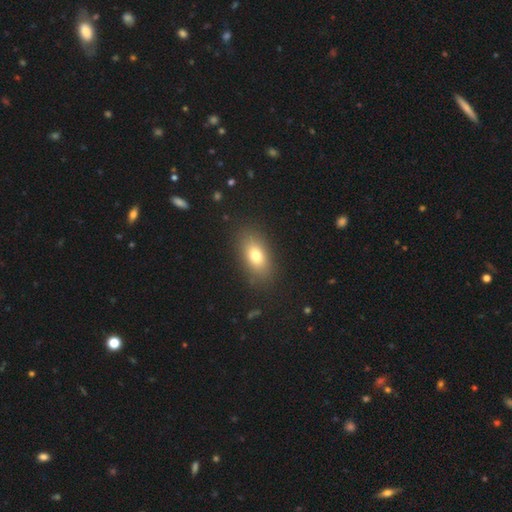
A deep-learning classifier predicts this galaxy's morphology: This is likely a smooth galaxy (76%). How rounded: clearly in between (85%). Merging: clearly none (86%).